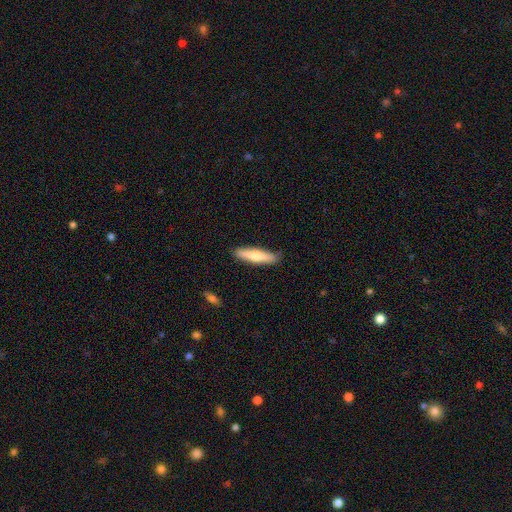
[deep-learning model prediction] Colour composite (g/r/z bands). It shows a smooth galaxy with no disk features (63%) that is cigar-shaped (78%). Merging: none (88%).